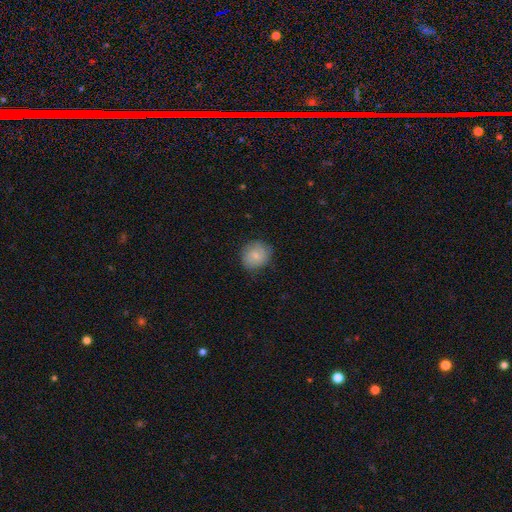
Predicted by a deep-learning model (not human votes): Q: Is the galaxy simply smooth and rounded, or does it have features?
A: smooth — 62%.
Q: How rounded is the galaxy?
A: round — 80%.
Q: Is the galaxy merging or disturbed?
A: none — 78%.